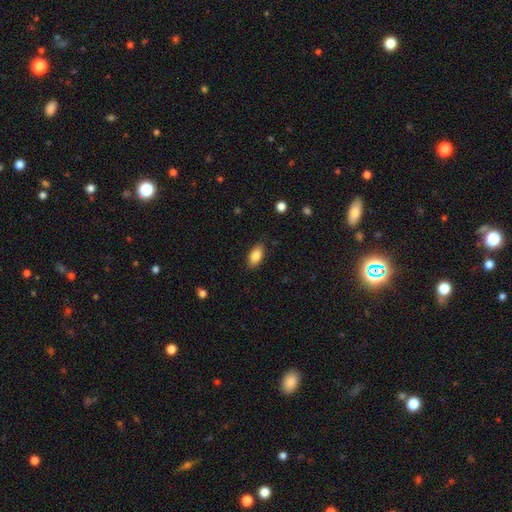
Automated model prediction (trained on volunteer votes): smooth_or_featured: smooth (p=0.84) [alt: featured or disk p=0.09]
how_rounded: in between (p=0.90) [alt: cigar-shaped p=0.06]
merging: none (p=0.84) [alt: minor disturbance p=0.12]